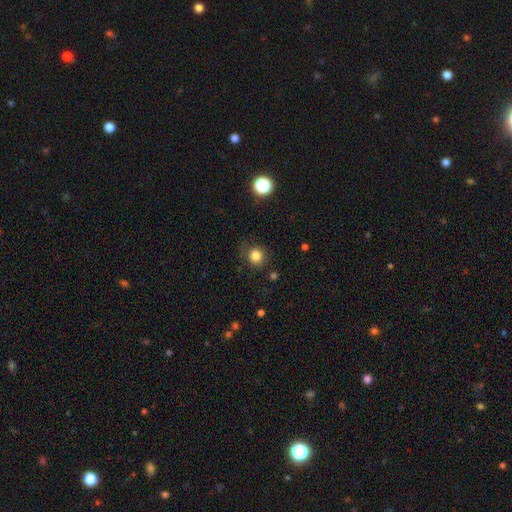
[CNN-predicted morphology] smooth 82%, star or artifact 13%, featured or disk 5%. Down the decision tree: how rounded — round (90%); merging — none (82%).